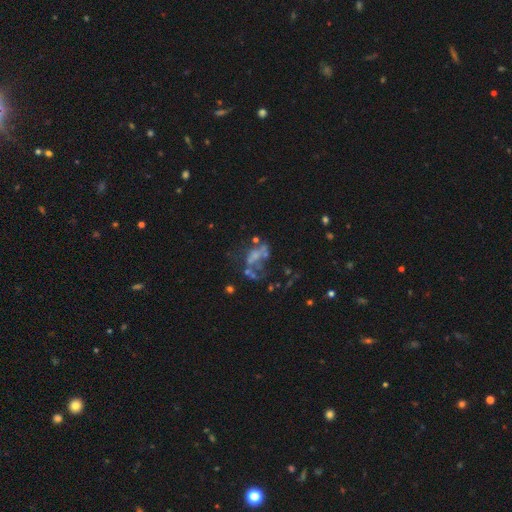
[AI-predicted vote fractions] Smooth or featured? featured or disk (59%)
Edge-on disk? no (97%)
Bar? no (87%)
Spiral arms? no (89%)
Bulge size? none (70%)
Merging? major disturbance (34%)